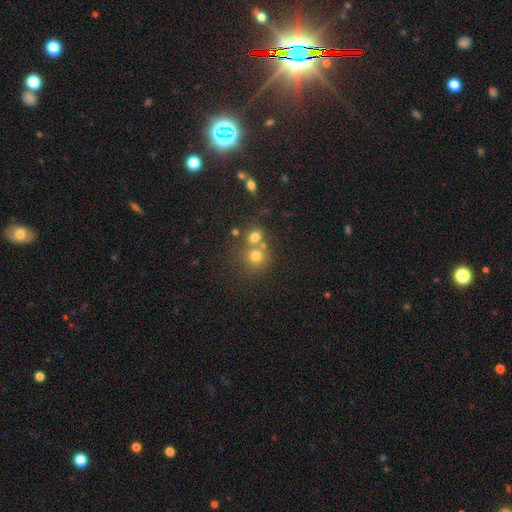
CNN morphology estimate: This appears to be a smooth galaxy with no disk features (71%) that is round (84%). Merging: none (50%).